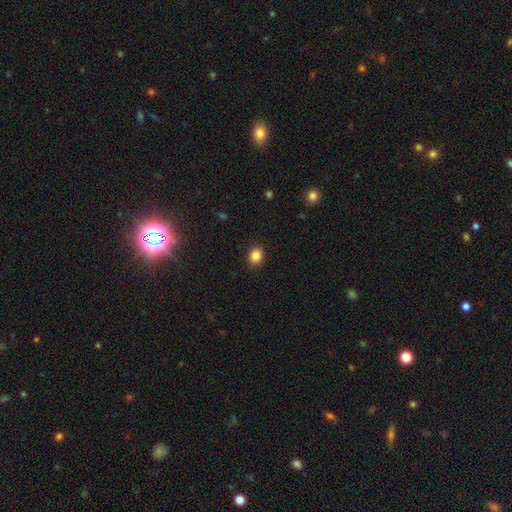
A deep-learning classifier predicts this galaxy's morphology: Smooth or featured?
  - smooth: 85% *
  - star or artifact: 11%
  - featured or disk: 4%
How rounded?
  - round: 67% *
  - in between: 32%
  - cigar-shaped: 1%
Merging?
  - none: 90% *
  - minor disturbance: 7%
  - major disturbance: 2%
  - merger: 1%